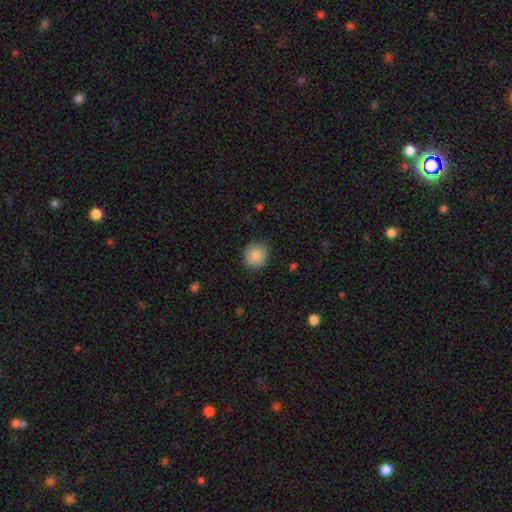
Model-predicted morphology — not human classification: Q: Smooth or featured?
A: smooth (88%); runner-up: star or artifact (7%)
Q: How rounded?
A: round (76%); runner-up: in between (23%)
Q: Merging?
A: none (86%); runner-up: minor disturbance (10%)